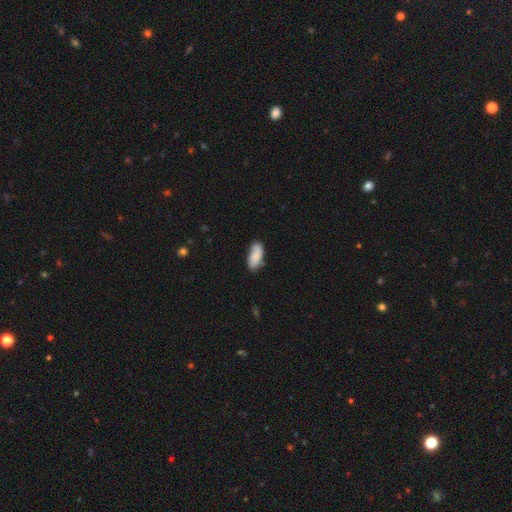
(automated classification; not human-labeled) Overall: smooth (73%). How rounded: in between (88%). Merging: none (73%).